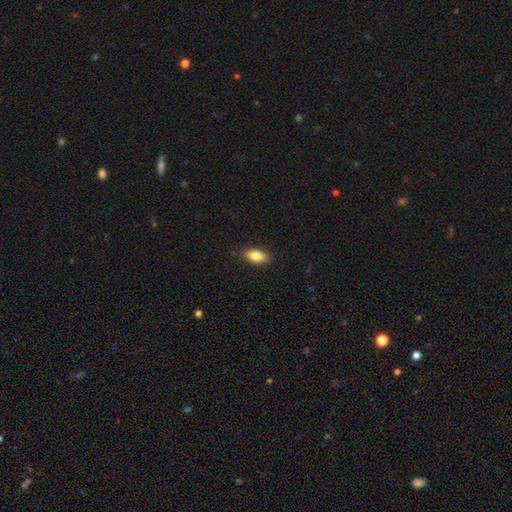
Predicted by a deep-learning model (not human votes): Smooth or featured: smooth — 86% (star or artifact — 7%)
How rounded: in between — 89% (cigar-shaped — 8%)
Merging: none — 88% (minor disturbance — 9%)